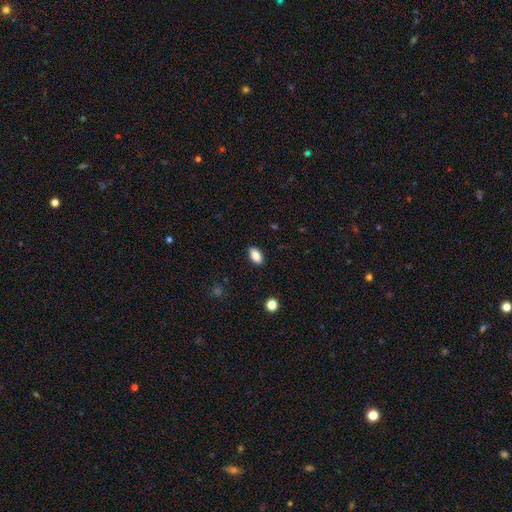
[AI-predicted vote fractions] smooth_or_featured: smooth (p=0.86) [alt: star or artifact p=0.08]
how_rounded: in between (p=0.91) [alt: round p=0.05]
merging: none (p=0.89) [alt: minor disturbance p=0.08]